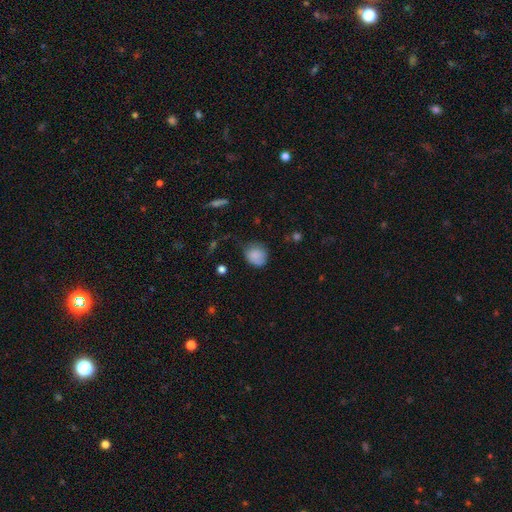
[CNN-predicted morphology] Smooth or featured? smooth (83%)
How rounded? round (72%)
Merging? none (60%)